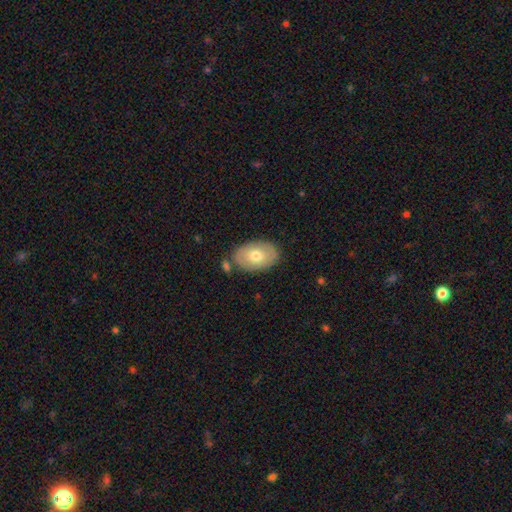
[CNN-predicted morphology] Smooth or featured? smooth (65%)
How rounded? in between (88%)
Merging? none (77%)